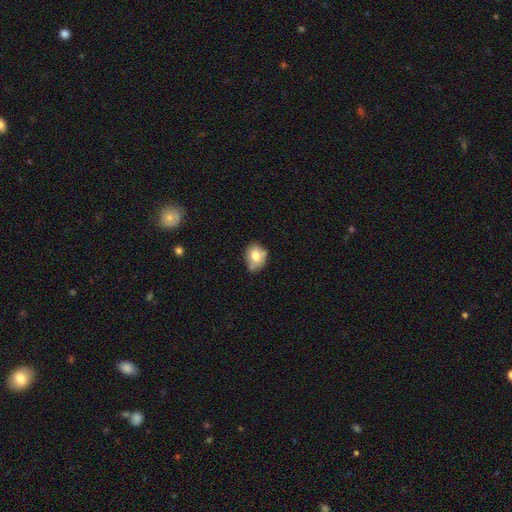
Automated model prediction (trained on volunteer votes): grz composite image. It shows a smooth galaxy with no disk features (71%) that is round (51%). Merging: none (50%).